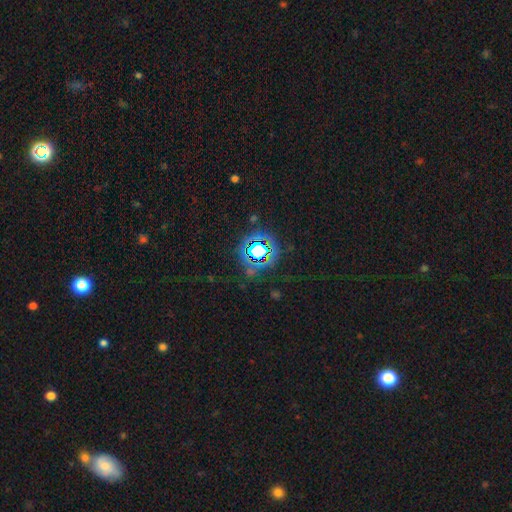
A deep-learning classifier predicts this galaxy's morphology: smooth_or_featured: star or artifact (p=0.75) [alt: smooth p=0.16]